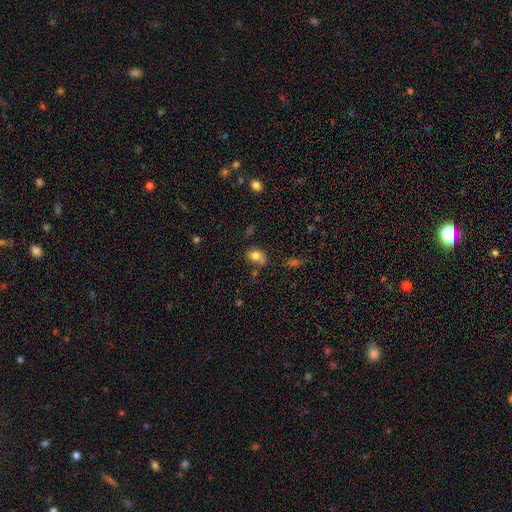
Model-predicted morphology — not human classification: Smooth or featured? smooth (79%)
How rounded? in between (57%)
Merging? none (52%)